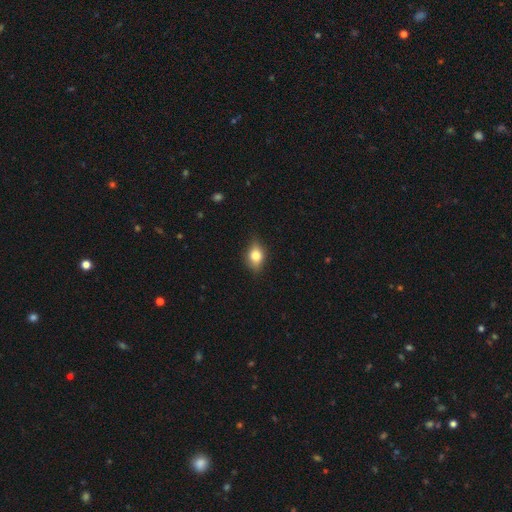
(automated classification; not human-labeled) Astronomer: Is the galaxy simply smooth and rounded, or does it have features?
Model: smooth — 77%.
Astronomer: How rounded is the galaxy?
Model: in between — 73%.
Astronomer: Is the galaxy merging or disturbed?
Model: none — 78%.